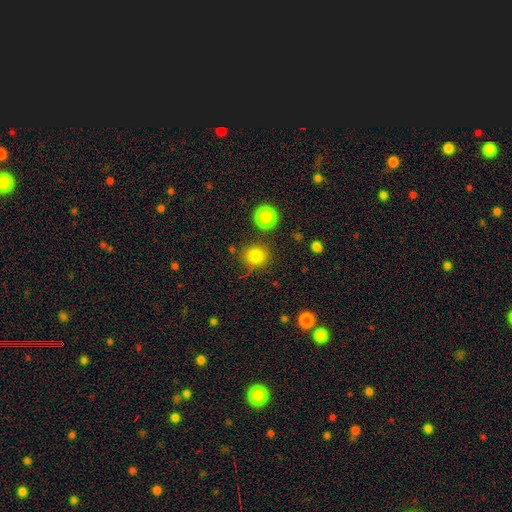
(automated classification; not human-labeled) Smooth or featured? smooth (81%)
How rounded? round (85%)
Merging? none (81%)